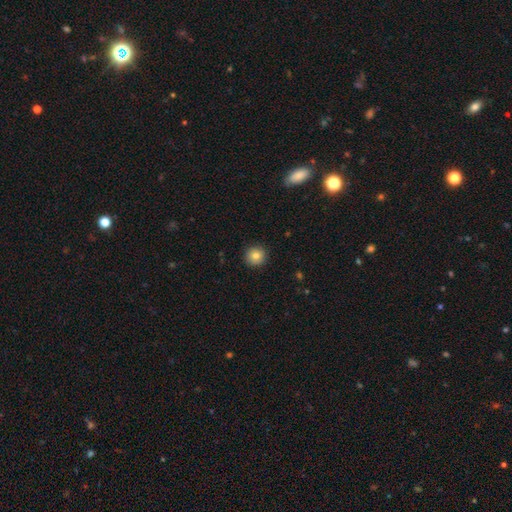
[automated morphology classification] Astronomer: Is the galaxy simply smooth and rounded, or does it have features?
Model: smooth — 80%.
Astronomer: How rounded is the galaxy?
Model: round — 93%.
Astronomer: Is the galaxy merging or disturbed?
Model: none — 90%.